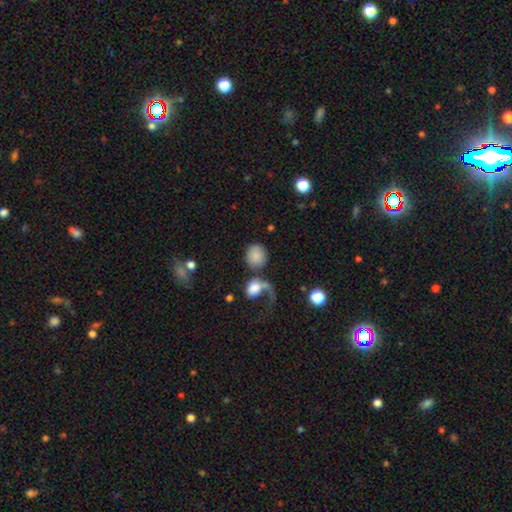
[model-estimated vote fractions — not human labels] A smooth galaxy with no disk features (78%) that is round (80%).

Vote fractions:
- Smooth or featured? smooth: 78% / featured or disk: 14% / star or artifact: 8%
- How rounded? round: 80% / in between: 19% / cigar-shaped: 1%
- Merging? none: 50% / merger: 24% / major disturbance: 15% / minor disturbance: 11%